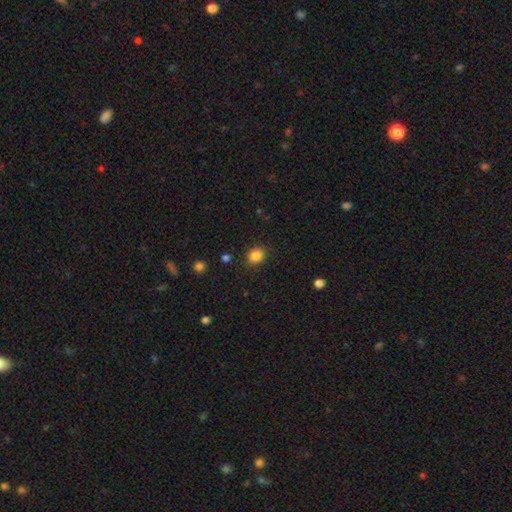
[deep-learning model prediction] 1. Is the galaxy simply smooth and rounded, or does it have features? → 85% smooth, 11% star or artifact, 4% featured or disk.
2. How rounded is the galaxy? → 66% round, 33% in between, 1% cigar-shaped.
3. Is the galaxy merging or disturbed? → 88% none, 8% minor disturbance, 2% major disturbance, 1% merger.